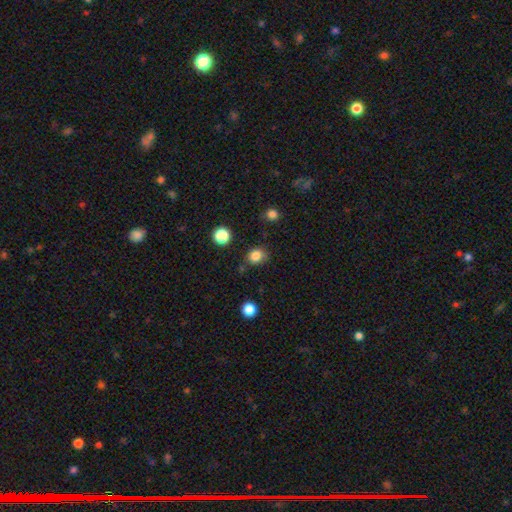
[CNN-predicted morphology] This appears to be a smooth galaxy with no disk features (83%) that is round (69%). Merging: none (76%).